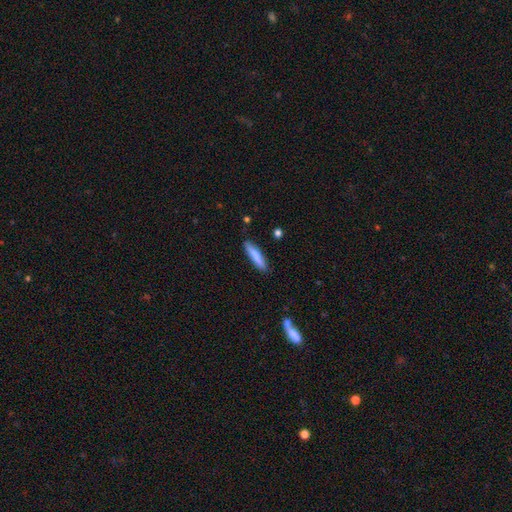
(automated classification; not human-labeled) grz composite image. It shows a smooth galaxy with no disk features (82%) that is cigar-shaped (84%). Merging: none (87%).